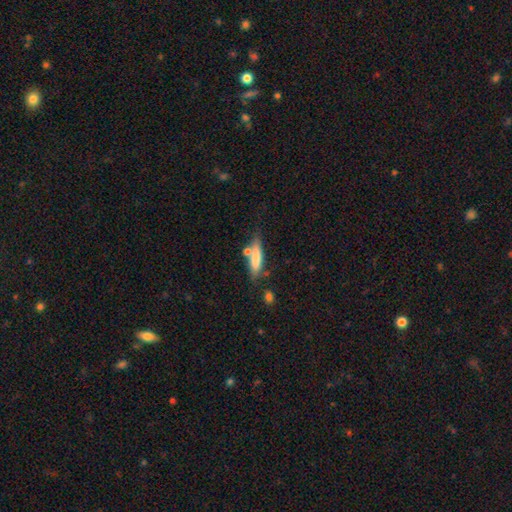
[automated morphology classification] Smooth or featured? smooth (75%)
How rounded? cigar-shaped (69%)
Merging? none (61%)